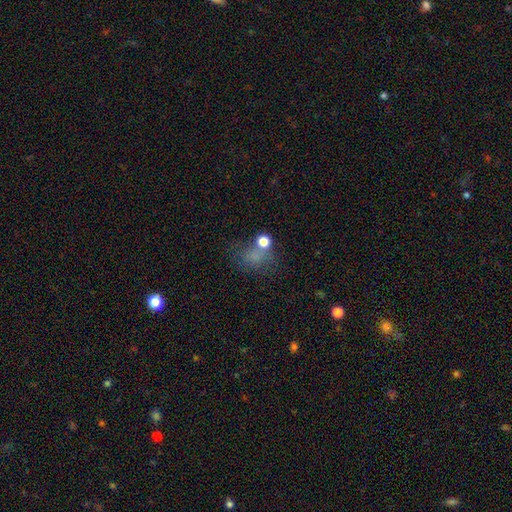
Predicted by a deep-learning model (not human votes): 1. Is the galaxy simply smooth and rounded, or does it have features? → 60% smooth, 24% star or artifact, 16% featured or disk.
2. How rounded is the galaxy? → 54% round, 45% in between, 1% cigar-shaped.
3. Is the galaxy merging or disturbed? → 46% none, 21% major disturbance, 19% minor disturbance, 14% merger.